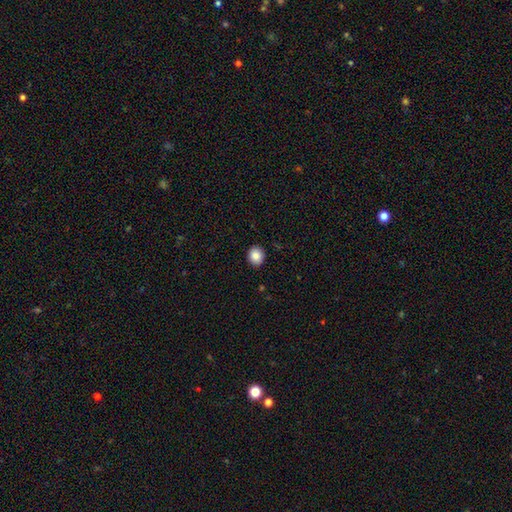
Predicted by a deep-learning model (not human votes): This appears to be a smooth galaxy with no disk features (87%) that is round (75%). Merging: none (91%).